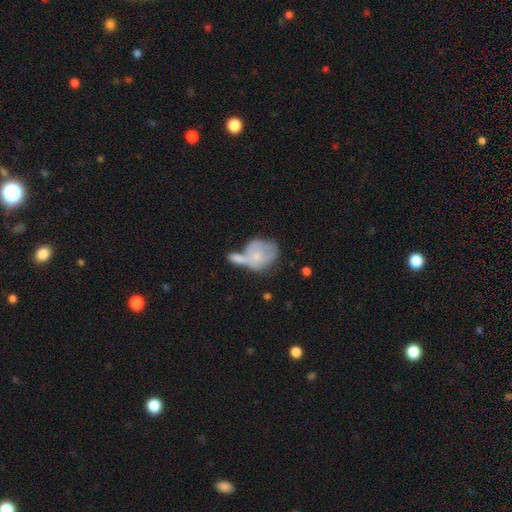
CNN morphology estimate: smooth 59%, featured or disk 34%, star or artifact 7%. Down the decision tree: how rounded — round (53%); merging — merger (47%).